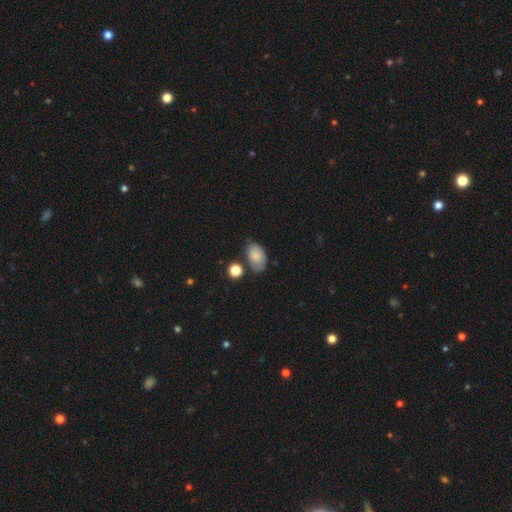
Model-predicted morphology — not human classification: A smooth galaxy with no disk features (81%) that is in between round and cigar-shaped (89%).

Vote fractions:
- Smooth or featured? smooth: 81% / featured or disk: 11% / star or artifact: 8%
- How rounded? in between: 89% / round: 10% / cigar-shaped: 1%
- Merging? none: 61% / minor disturbance: 26% / merger: 7% / major disturbance: 6%